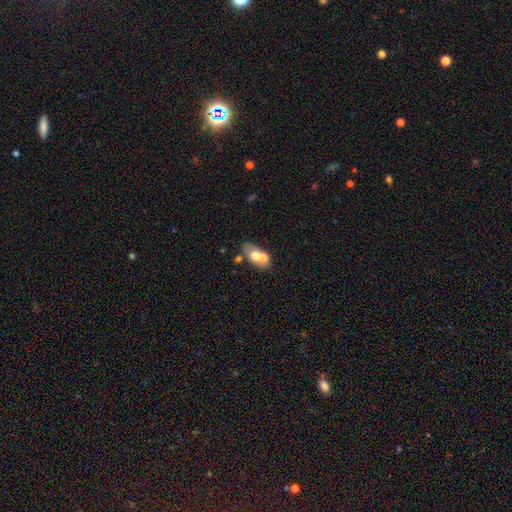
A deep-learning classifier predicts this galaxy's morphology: Overall: smooth (58%; featured or disk 33%). How rounded: in between (80%). Merging: merger (43%; none 41%).